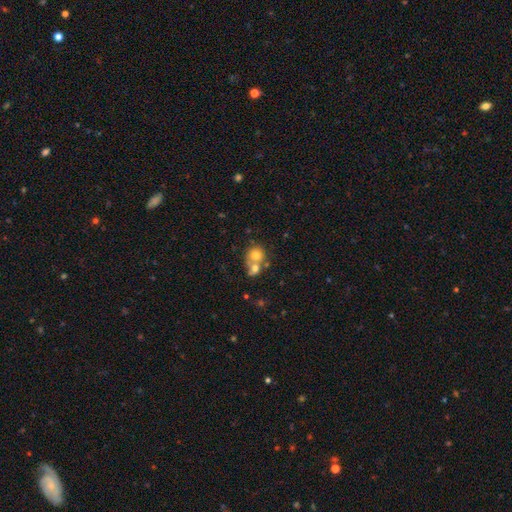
smooth-or-featured: smooth: 76% | featured or disk: 19% | star or artifact: 5%
  how-rounded: round: 89% | in between: 11% | cigar-shaped: 0%
  merging: merger: 54% | none: 26% | major disturbance: 11% | minor disturbance: 9%